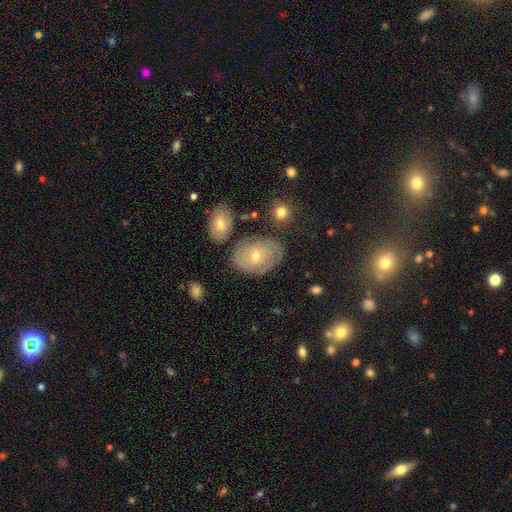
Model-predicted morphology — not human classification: Smooth or featured?
  - featured or disk: 54% *
  - smooth: 36%
  - star or artifact: 10%
Edge-on disk?
  - no: 94% *
  - yes: 6%
Bar?
  - no: 75% *
  - weak: 20%
  - strong: 5%
Spiral arms?
  - yes: 65% *
  - no: 35%
Bulge size?
  - small: 49% *
  - moderate: 47%
  - large: 2%
  - none: 1%
  - dominant: 1%
Merging?
  - none: 71% *
  - minor disturbance: 18%
  - major disturbance: 6%
  - merger: 5%